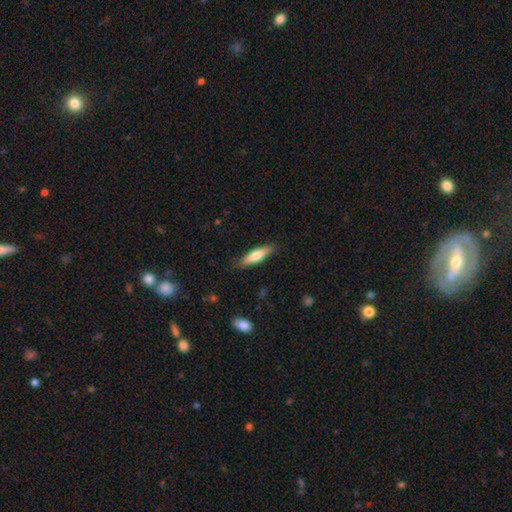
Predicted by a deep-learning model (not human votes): Q: Smooth or featured?
A: smooth (71%); runner-up: featured or disk (24%)
Q: How rounded?
A: cigar-shaped (65%); runner-up: in between (33%)
Q: Merging?
A: none (85%); runner-up: minor disturbance (12%)